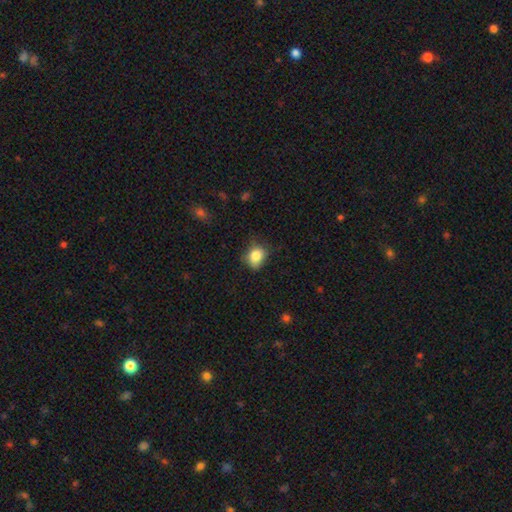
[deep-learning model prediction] Smooth or featured? smooth (83%)
How rounded? round (54%)
Merging? none (63%)